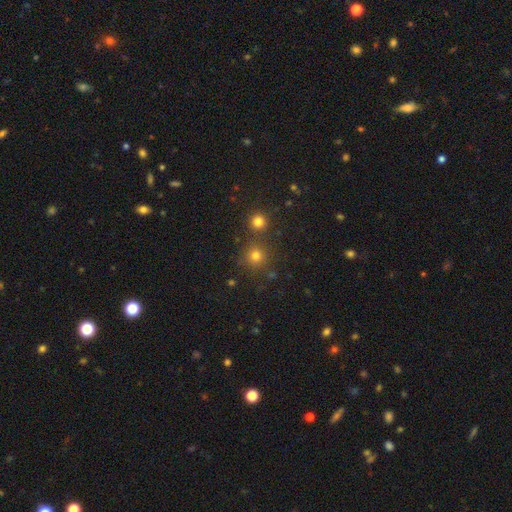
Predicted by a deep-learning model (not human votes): Smooth or featured? smooth (76%)
How rounded? round (92%)
Merging? none (75%)